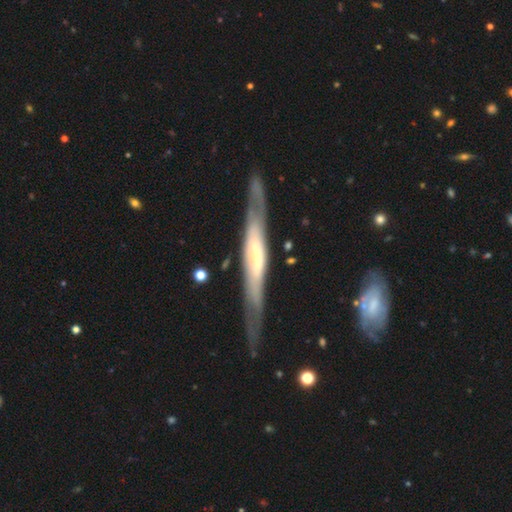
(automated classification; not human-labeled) Smooth or featured? featured or disk (66%)
Edge-on disk? yes (83%)
Edge-on bulge? none (38%)
Merging? none (75%)